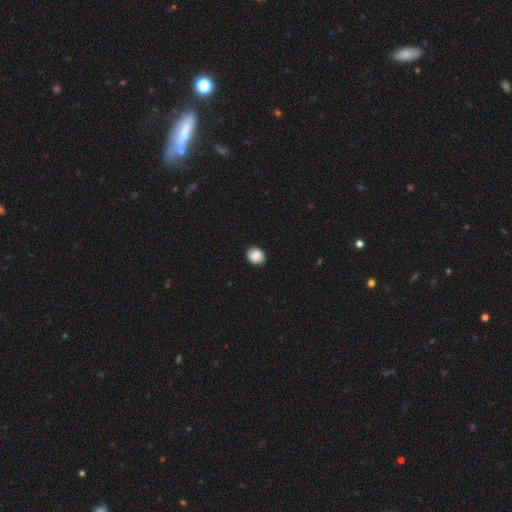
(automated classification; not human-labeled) smooth_or_featured: smooth (p=0.89) [alt: star or artifact p=0.08]
how_rounded: round (p=0.69) [alt: in between p=0.30]
merging: none (p=0.88) [alt: minor disturbance p=0.09]